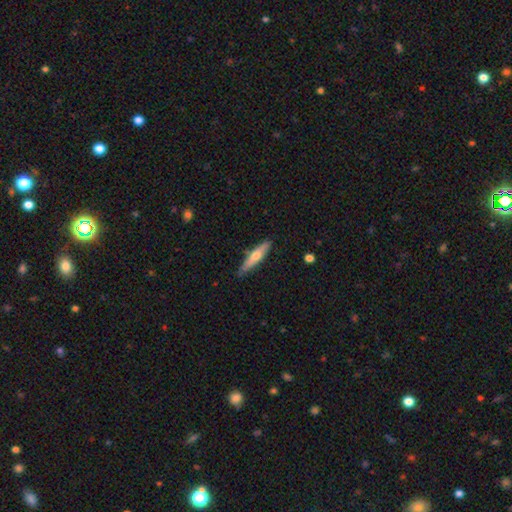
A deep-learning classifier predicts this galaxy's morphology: smooth 51%, featured or disk 43%, star or artifact 6%. Down the decision tree: how rounded — cigar-shaped (86%); merging — none (82%).